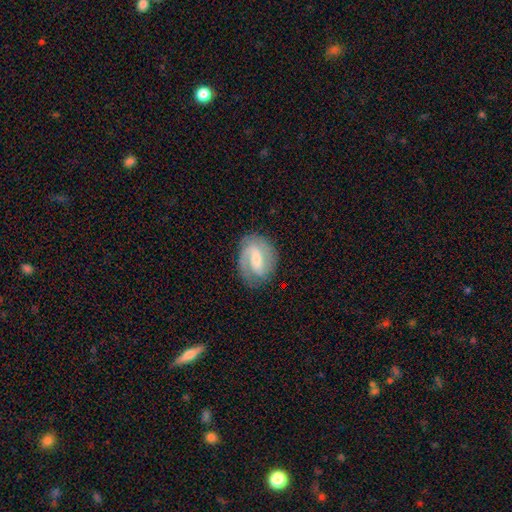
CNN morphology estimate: smooth-or-featured: featured or disk: 77% | smooth: 17% | star or artifact: 6%
  disk-edge-on: no: 97% | yes: 3%
    bar: weak: 49% | strong: 32% | no: 19%
    has-spiral-arms: yes: 93% | no: 7%
      spiral-winding: medium: 42% (tied) | tight: 42% (tied) | loose: 16%
      spiral-arm-count: 2: 70% | 1: 14% | can't tell: 10% | 3: 4% | 4: 1% | more than 4: 1%
    bulge-size: small: 47% | moderate: 41% | none: 6% | large: 5% | dominant: 1%
  merging: none: 77% | minor disturbance: 16% | major disturbance: 6% | merger: 1%